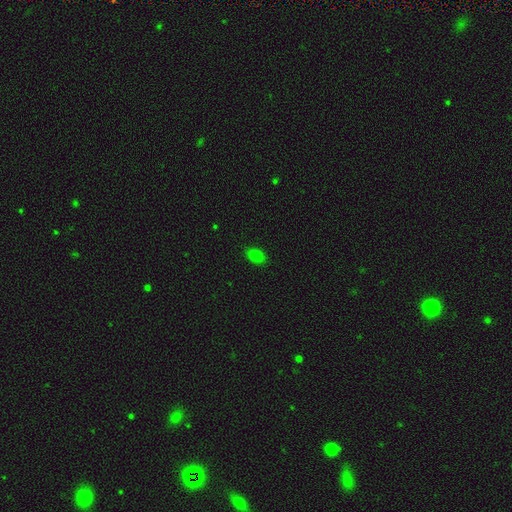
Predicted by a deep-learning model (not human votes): smooth_or_featured: smooth (p=0.79) [alt: star or artifact p=0.14]
how_rounded: in between (p=0.81) [alt: round p=0.18]
merging: none (p=0.88) [alt: minor disturbance p=0.09]